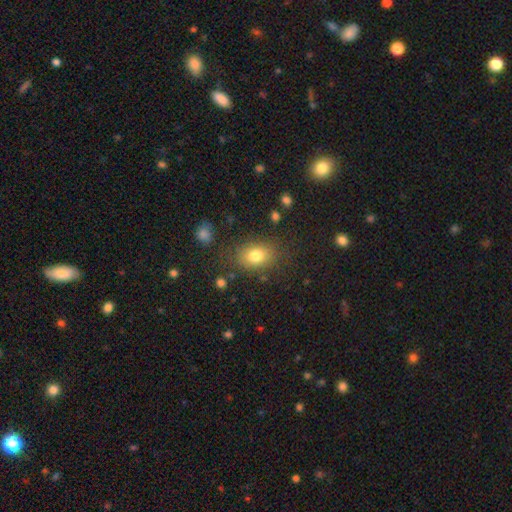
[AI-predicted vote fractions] Smooth or featured? Predicted: smooth (p=0.79). How rounded? Predicted: in between (p=0.71). Merging? Predicted: none (p=0.79).